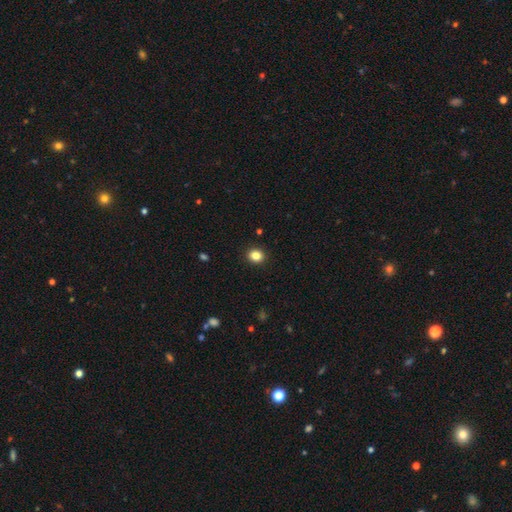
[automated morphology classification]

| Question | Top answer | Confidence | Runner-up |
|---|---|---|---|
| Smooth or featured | smooth | 84% | star or artifact (11%) |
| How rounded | round | 74% | in between (25%) |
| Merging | none | 92% | minor disturbance (5%) |